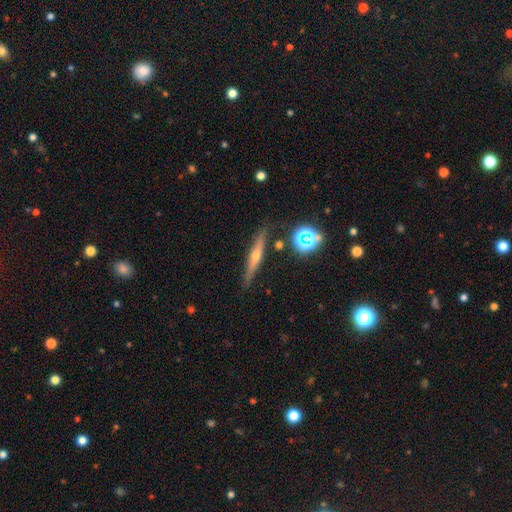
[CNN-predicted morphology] Q: Smooth or featured?
A: featured or disk (66%); runner-up: smooth (23%)
Q: Edge-on disk?
A: yes (96%); runner-up: no (4%)
Q: Edge-on bulge?
A: rounded (84%); runner-up: none (12%)
Q: Merging?
A: none (87%); runner-up: minor disturbance (9%)